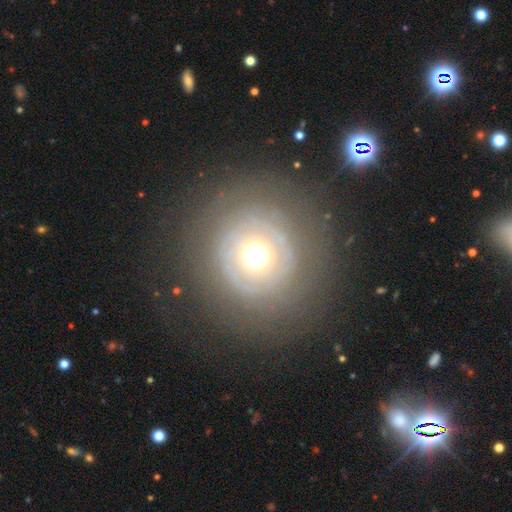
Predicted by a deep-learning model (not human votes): smooth-or-featured: featured or disk: 61% | smooth: 28% | star or artifact: 11%
  disk-edge-on: no: 96% | yes: 4%
    bar: no: 87% | weak: 10% | strong: 4%
    has-spiral-arms: yes: 52% | no: 48%
    bulge-size: moderate: 61% | large: 27% | small: 6% | dominant: 5% | none: 1%
  merging: none: 77% | minor disturbance: 12% | major disturbance: 9% | merger: 2%